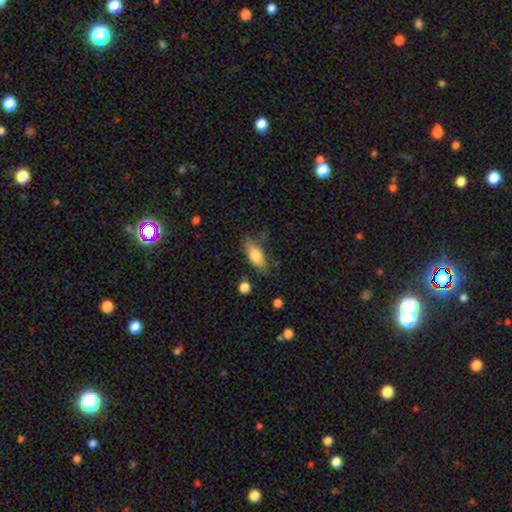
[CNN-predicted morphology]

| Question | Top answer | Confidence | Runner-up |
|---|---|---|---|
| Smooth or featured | smooth | 78% | featured or disk (15%) |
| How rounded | in between | 80% | cigar-shaped (18%) |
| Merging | none | 63% | minor disturbance (25%) |